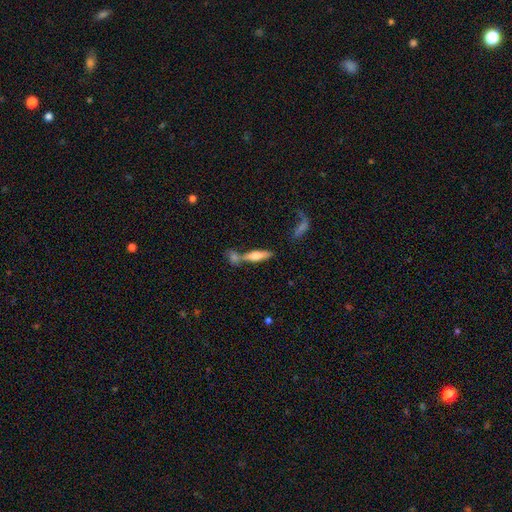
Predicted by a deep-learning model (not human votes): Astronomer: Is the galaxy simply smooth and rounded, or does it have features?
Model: smooth — 50% (runner-up: featured or disk, 43%).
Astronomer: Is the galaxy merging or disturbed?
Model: none — 51% (runner-up: merger, 32%).